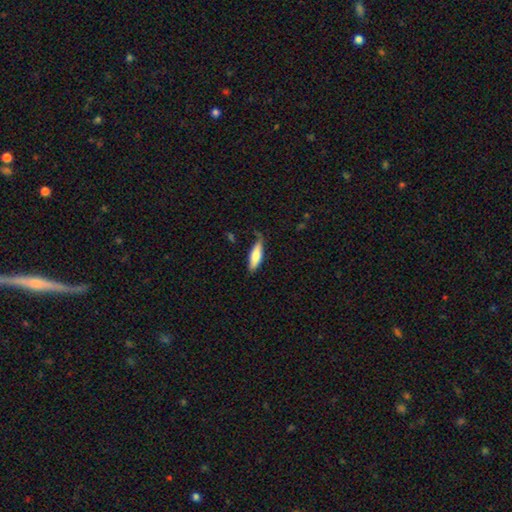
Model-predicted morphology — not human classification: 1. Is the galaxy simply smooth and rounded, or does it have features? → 73% smooth, 21% featured or disk, 6% star or artifact.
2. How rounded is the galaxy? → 50% cigar-shaped, 48% in between, 2% round.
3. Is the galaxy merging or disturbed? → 64% none, 28% minor disturbance, 6% major disturbance, 2% merger.